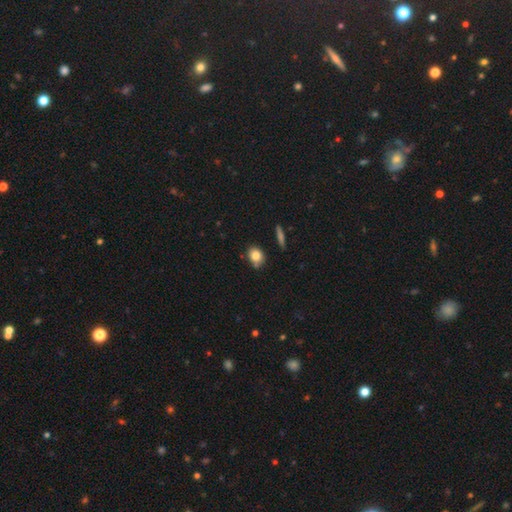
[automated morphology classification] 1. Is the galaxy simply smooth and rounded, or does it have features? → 81% smooth, 10% star or artifact, 9% featured or disk.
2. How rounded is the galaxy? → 51% round, 47% in between, 2% cigar-shaped.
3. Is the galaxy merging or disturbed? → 75% none, 17% minor disturbance, 5% merger, 3% major disturbance.